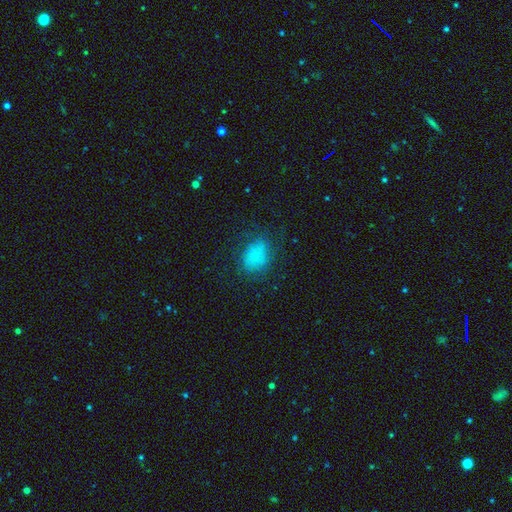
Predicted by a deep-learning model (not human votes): smooth 69%, featured or disk 17%, star or artifact 14%. Down the decision tree: how rounded — in between (55%); merging — none (63%).